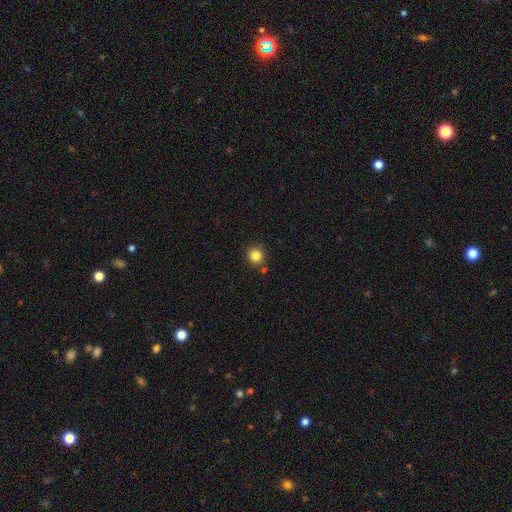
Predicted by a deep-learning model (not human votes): Q: Smooth or featured?
A: smooth (84%); runner-up: star or artifact (11%)
Q: How rounded?
A: round (92%); runner-up: in between (8%)
Q: Merging?
A: none (82%); runner-up: minor disturbance (9%)